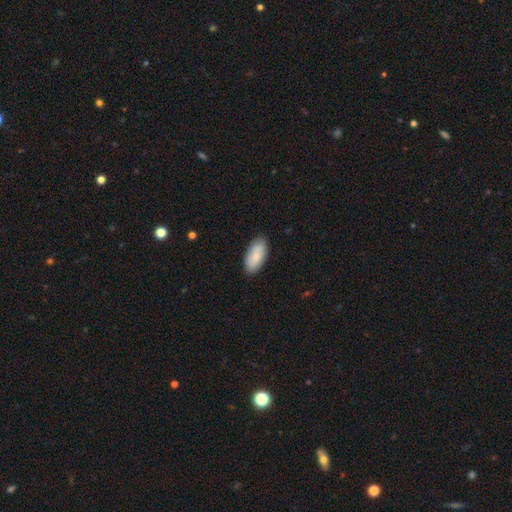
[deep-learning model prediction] smooth_or_featured: smooth (p=0.76) [alt: featured or disk p=0.18]
how_rounded: in between (p=0.92) [alt: cigar-shaped p=0.05]
merging: none (p=0.85) [alt: minor disturbance p=0.12]